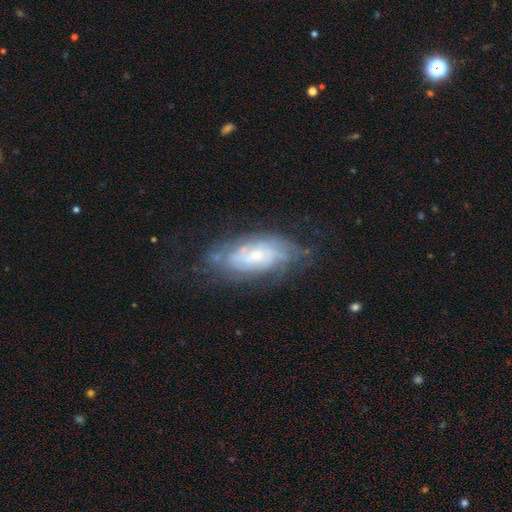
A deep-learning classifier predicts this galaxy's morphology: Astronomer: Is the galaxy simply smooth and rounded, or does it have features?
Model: featured or disk — 73%.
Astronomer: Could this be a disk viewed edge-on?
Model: no — 90%.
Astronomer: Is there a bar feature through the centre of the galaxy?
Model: no — 63%.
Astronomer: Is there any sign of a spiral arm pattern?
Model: yes — 88%.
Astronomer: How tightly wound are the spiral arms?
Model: tight — 62%.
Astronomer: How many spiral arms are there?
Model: can't tell — 54%.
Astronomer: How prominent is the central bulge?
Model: small — 50% (runner-up: moderate, 36%).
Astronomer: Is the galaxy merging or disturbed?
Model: none — 66%.